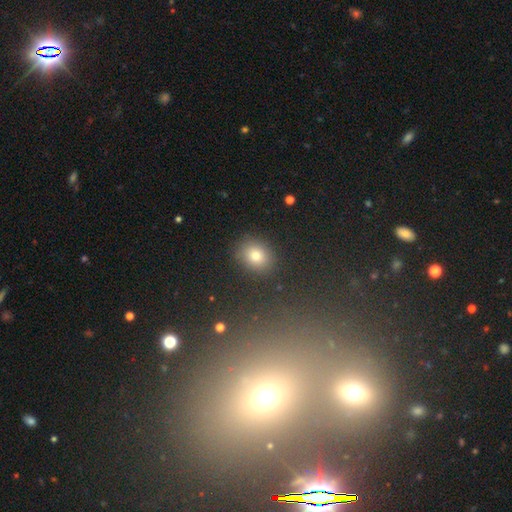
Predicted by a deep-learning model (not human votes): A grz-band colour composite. It shows a smooth galaxy with no disk features (76%) that is round (61%). Merging: none (88%).